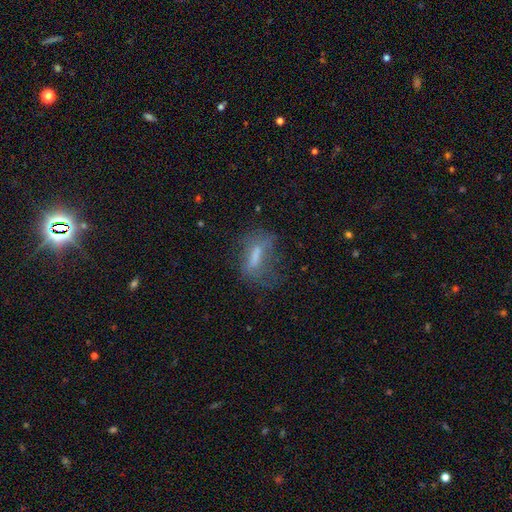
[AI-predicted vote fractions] A smooth galaxy with no disk features (48%).

Vote fractions:
- Smooth or featured? smooth: 48% / featured or disk: 39% / star or artifact: 14%
- Merging? none: 44% / major disturbance: 29% / minor disturbance: 24% / merger: 3%